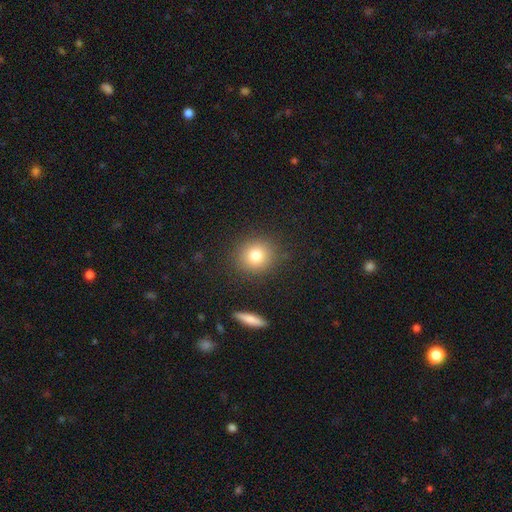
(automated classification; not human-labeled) smooth_or_featured: smooth (p=0.79) [alt: star or artifact p=0.12]
how_rounded: round (p=0.85) [alt: in between p=0.14]
merging: none (p=0.87) [alt: minor disturbance p=0.08]